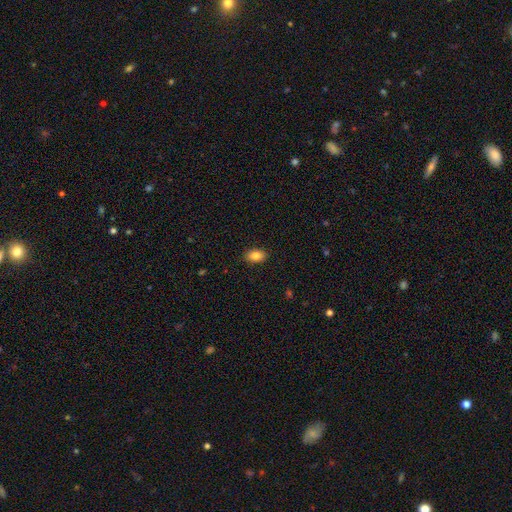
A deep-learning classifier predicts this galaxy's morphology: smooth-or-featured: smooth: 85% | star or artifact: 8% | featured or disk: 7%
  how-rounded: in between: 88% | round: 10% | cigar-shaped: 2%
  merging: none: 89% | minor disturbance: 8% | major disturbance: 2% | merger: 1%